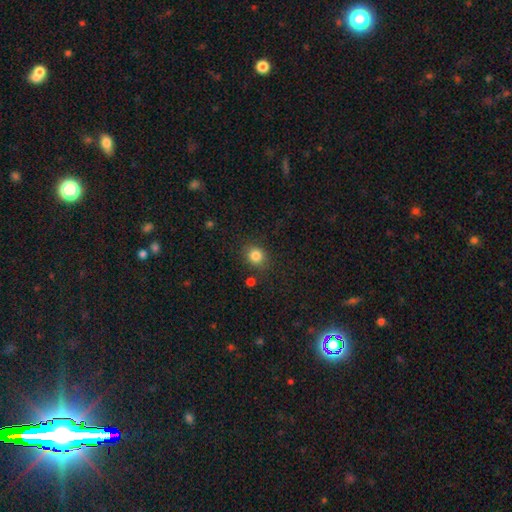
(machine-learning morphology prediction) Overall: smooth (84%). How rounded: round (81%). Merging: none (84%).